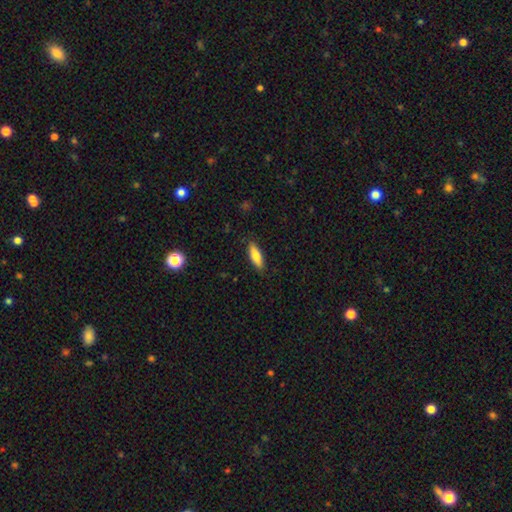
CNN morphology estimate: smooth 75%, featured or disk 18%, star or artifact 6%. Down the decision tree: how rounded — in between (52%); merging — none (86%).